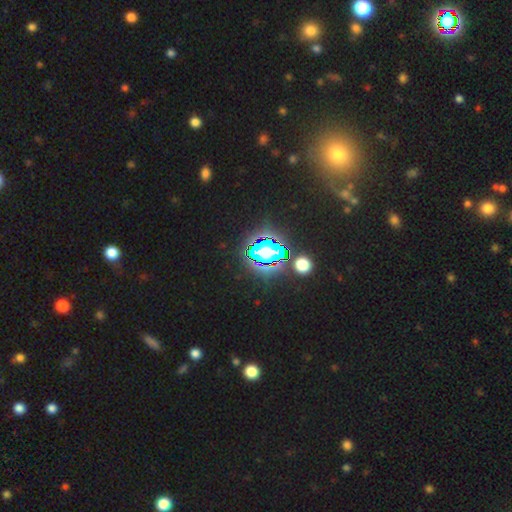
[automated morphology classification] Smooth or featured? star or artifact (76%)